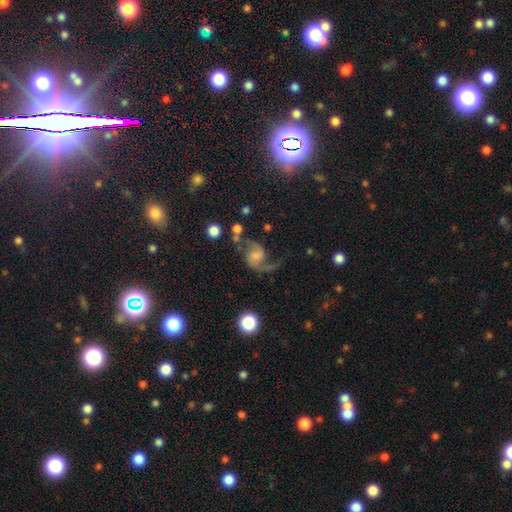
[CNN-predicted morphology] smooth-or-featured: featured or disk: 75% | star or artifact: 15% | smooth: 10%
  disk-edge-on: no: 97% | yes: 3%
    bar: no: 59% | weak: 34% | strong: 7%
    has-spiral-arms: yes: 95% | no: 5%
      spiral-winding: loose: 45% | medium: 44% | tight: 11%
      spiral-arm-count: 2: 73% | 1: 19% | can't tell: 4% | 3: 1% | 4: 1% | more than 4: 1%
    bulge-size: small: 39% | moderate: 33% | none: 18% | large: 8% | dominant: 2%
  merging: none: 56% | major disturbance: 22% | minor disturbance: 17% | merger: 4%